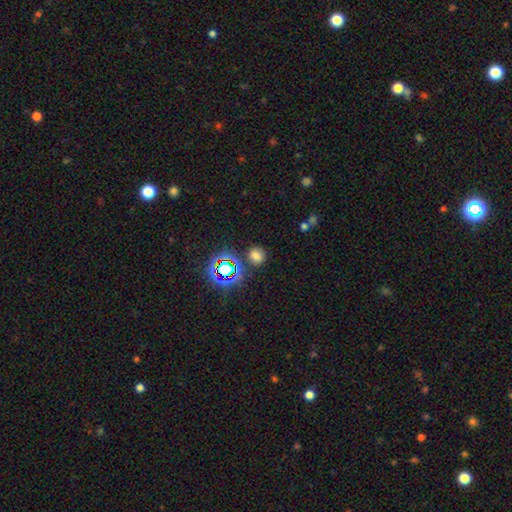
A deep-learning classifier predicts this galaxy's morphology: Smooth or featured?
  - smooth: 67% *
  - star or artifact: 26%
  - featured or disk: 7%
How rounded?
  - round: 72% *
  - in between: 27%
  - cigar-shaped: 1%
Merging?
  - none: 81% *
  - minor disturbance: 11%
  - merger: 4%
  - major disturbance: 4%